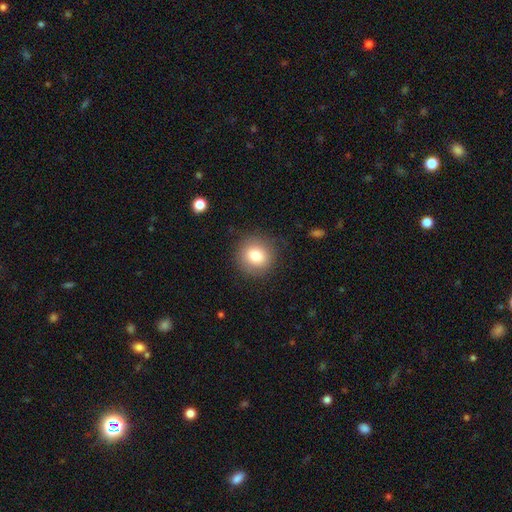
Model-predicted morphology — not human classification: A smooth galaxy with no disk features (80%) that is round (91%).

Vote fractions:
- Smooth or featured? smooth: 80% / featured or disk: 10% / star or artifact: 10%
- How rounded? round: 91% / in between: 8% / cigar-shaped: 1%
- Merging? none: 86% / minor disturbance: 10% / major disturbance: 4% / merger: 1%